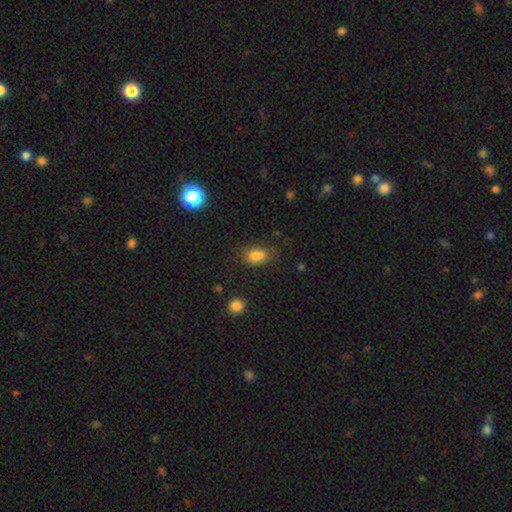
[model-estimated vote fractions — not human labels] Q: Smooth or featured?
A: smooth (75%); runner-up: star or artifact (14%)
Q: How rounded?
A: in between (71%); runner-up: round (26%)
Q: Merging?
A: none (45%); runner-up: merger (30%)